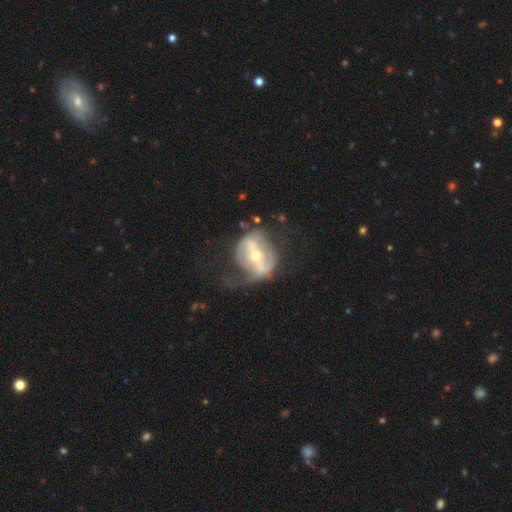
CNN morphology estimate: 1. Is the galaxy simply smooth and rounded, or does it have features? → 75% featured or disk, 19% smooth, 7% star or artifact.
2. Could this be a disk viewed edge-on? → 92% no, 8% yes.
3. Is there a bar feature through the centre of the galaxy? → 57% strong, 24% weak, 19% no.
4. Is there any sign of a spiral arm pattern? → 56% yes, 44% no.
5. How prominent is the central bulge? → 56% small, 39% moderate, 3% large, 1% none, 1% dominant.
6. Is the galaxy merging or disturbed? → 41% none, 32% major disturbance, 23% minor disturbance, 4% merger.